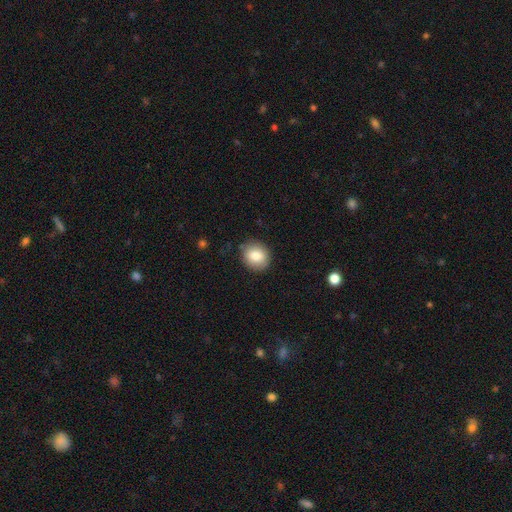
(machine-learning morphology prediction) Smooth or featured?
  - smooth: 83% *
  - featured or disk: 9%
  - star or artifact: 8%
How rounded?
  - round: 77% *
  - in between: 22%
  - cigar-shaped: 1%
Merging?
  - none: 82% *
  - minor disturbance: 13%
  - major disturbance: 3%
  - merger: 1%